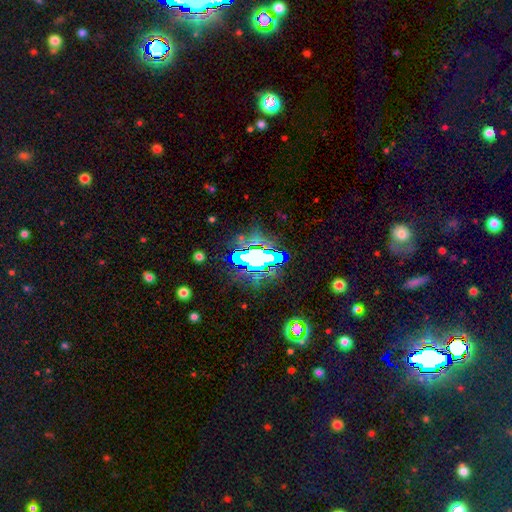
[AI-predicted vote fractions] Q: Smooth or featured?
A: star or artifact (60%); runner-up: smooth (22%)